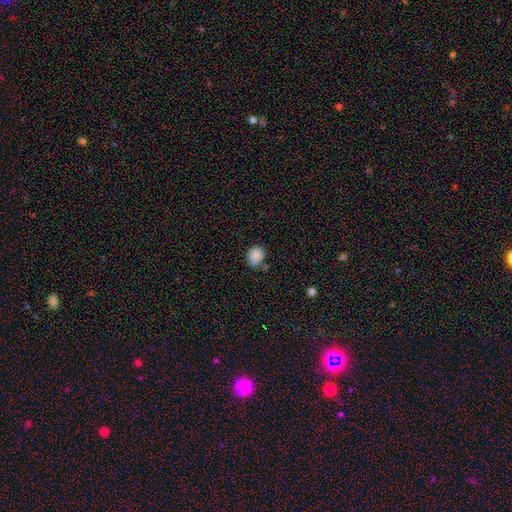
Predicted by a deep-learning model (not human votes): Smooth or featured? Predicted: smooth (p=0.86). How rounded? Predicted: round (p=0.59). Merging? Predicted: none (p=0.63).